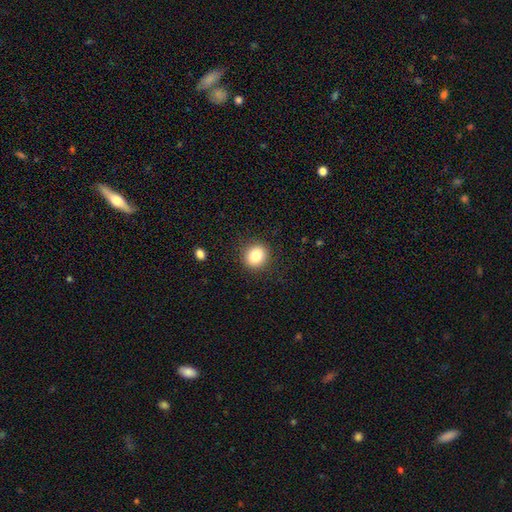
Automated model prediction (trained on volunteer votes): Smooth or featured?
  - smooth: 83% *
  - star or artifact: 10%
  - featured or disk: 6%
How rounded?
  - round: 81% *
  - in between: 18%
  - cigar-shaped: 1%
Merging?
  - none: 89% *
  - minor disturbance: 7%
  - major disturbance: 3%
  - merger: 1%